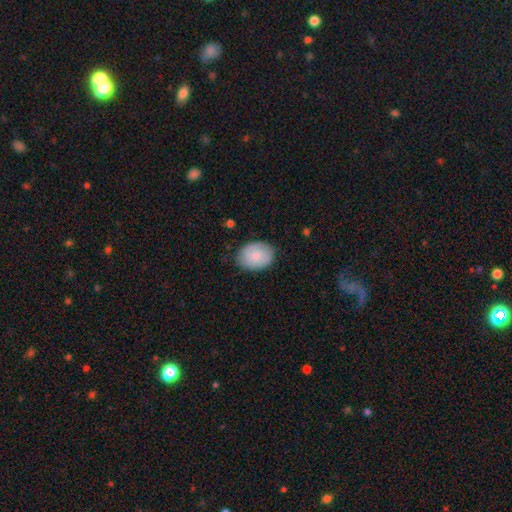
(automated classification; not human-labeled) smooth 72%, featured or disk 22%, star or artifact 6%. Down the decision tree: how rounded — in between (63%); merging — none (80%).